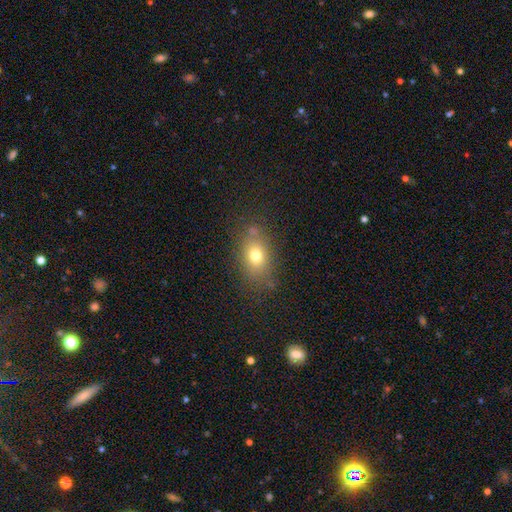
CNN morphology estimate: type=smooth (73%); roundness=in between (72%); merging=none (76%).